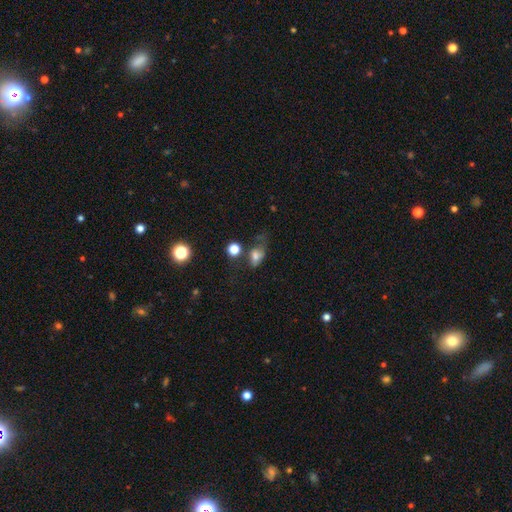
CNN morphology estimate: smooth_or_featured: smooth (p=0.63) [alt: featured or disk p=0.21]
how_rounded: in between (p=0.71) [alt: round p=0.25]
merging: major disturbance (p=0.34) [alt: none p=0.29]